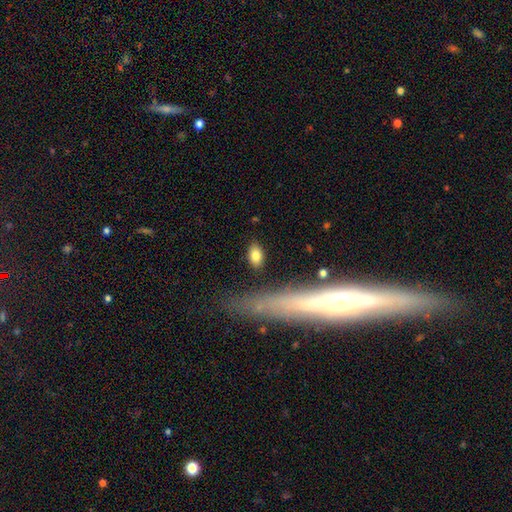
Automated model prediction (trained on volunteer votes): Q: Smooth or featured?
A: smooth (81%); runner-up: featured or disk (11%)
Q: How rounded?
A: in between (89%); runner-up: round (7%)
Q: Merging?
A: none (84%); runner-up: minor disturbance (10%)